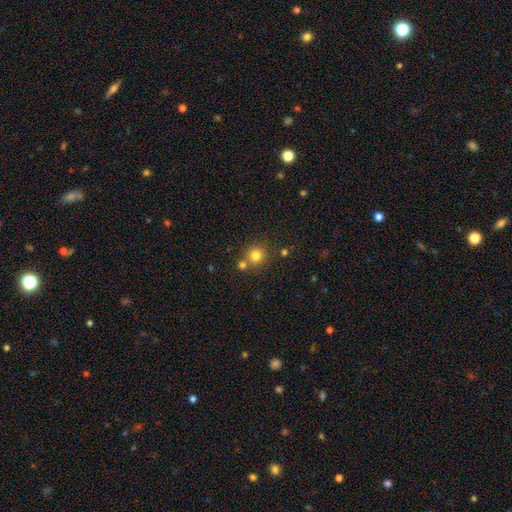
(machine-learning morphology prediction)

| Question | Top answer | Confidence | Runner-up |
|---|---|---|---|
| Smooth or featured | smooth | 79% | star or artifact (13%) |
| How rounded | round | 90% | in between (9%) |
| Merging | none | 70% | merger (19%) |